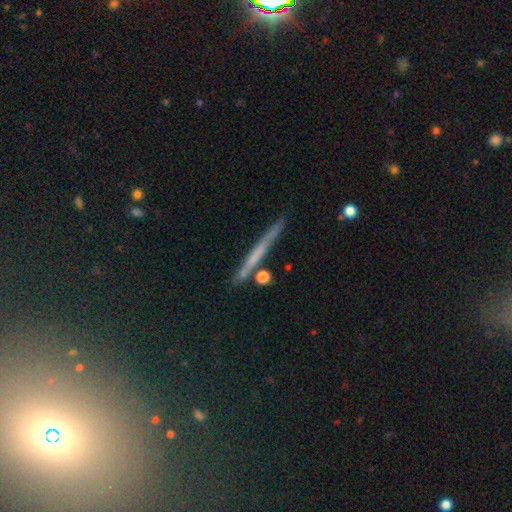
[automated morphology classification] smooth_or_featured: featured or disk (p=0.45) [alt: smooth p=0.44]
merging: none (p=0.85) [alt: minor disturbance p=0.09]